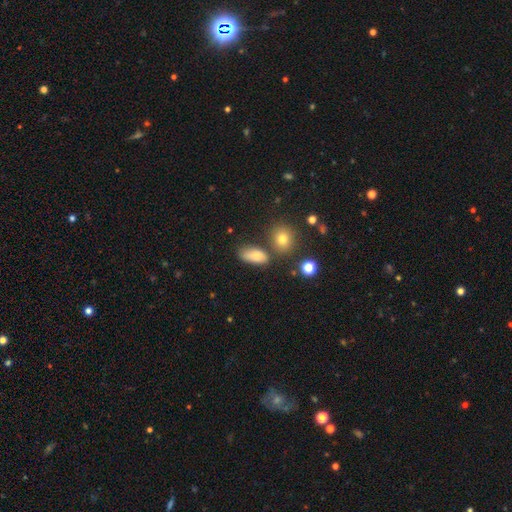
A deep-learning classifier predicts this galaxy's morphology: This is likely a smooth galaxy (79%). How rounded: clearly in between (84%). Merging: likely none (65%).